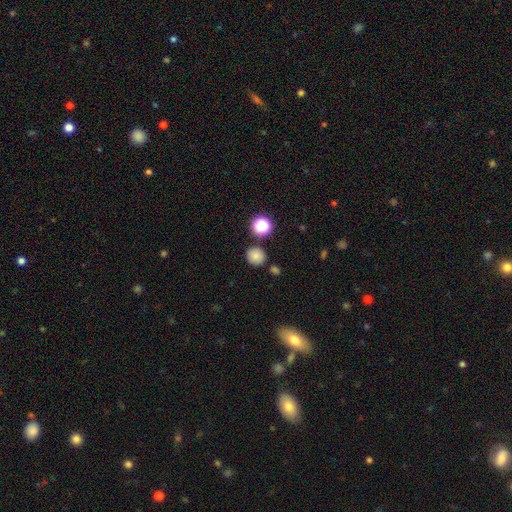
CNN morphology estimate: Q: Smooth or featured?
A: smooth (80%); runner-up: star or artifact (15%)
Q: How rounded?
A: round (89%); runner-up: in between (10%)
Q: Merging?
A: none (82%); runner-up: minor disturbance (9%)